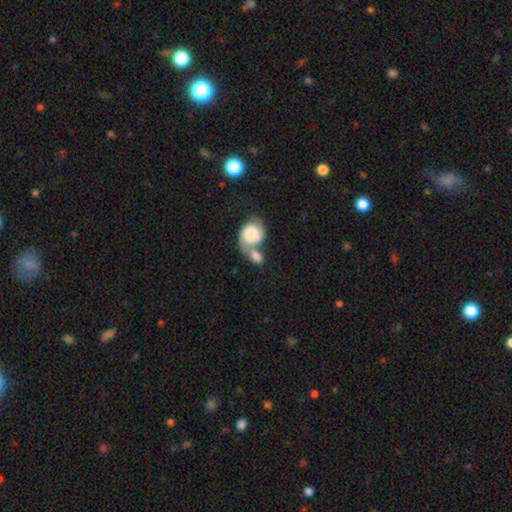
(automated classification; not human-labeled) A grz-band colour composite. It shows a smooth galaxy with no disk features (71%) that is in between round and cigar-shaped (59%). Merging: merger (70%).